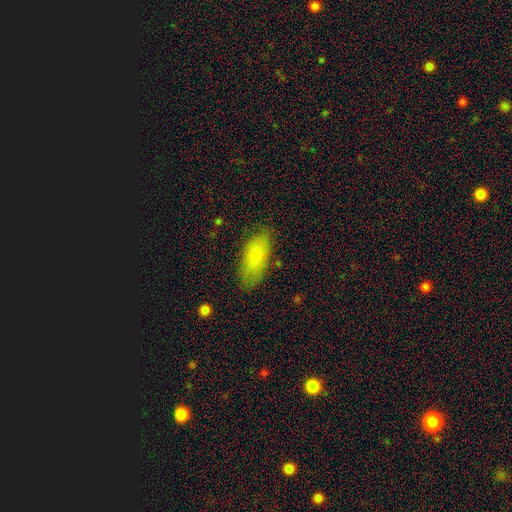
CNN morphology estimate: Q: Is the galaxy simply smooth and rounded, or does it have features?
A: smooth — 84%.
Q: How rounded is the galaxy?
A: in between — 82%.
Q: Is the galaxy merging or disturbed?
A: none — 80%.